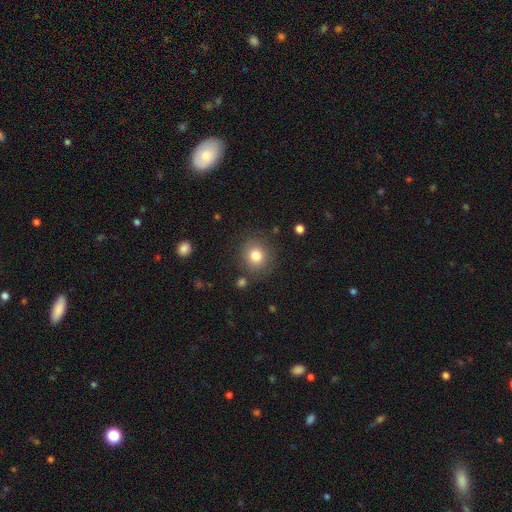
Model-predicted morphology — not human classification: Overall: smooth (80%). How rounded: round (86%). Merging: none (83%).